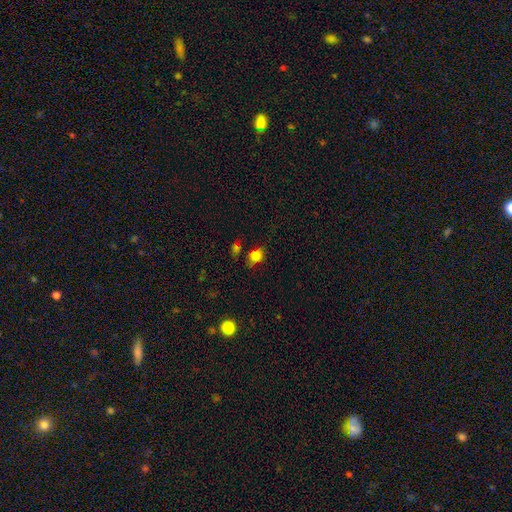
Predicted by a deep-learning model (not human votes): A smooth galaxy with no disk features (79%) that is round (50%). Merging: none (62%).